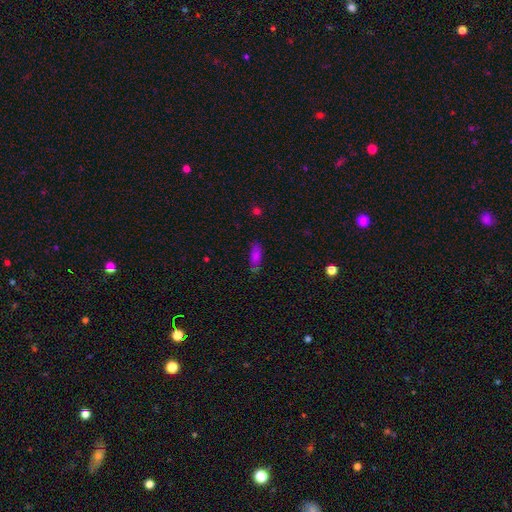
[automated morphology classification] Overall: smooth (81%). How rounded: in between (62%; cigar-shaped 36%). Merging: none (74%).